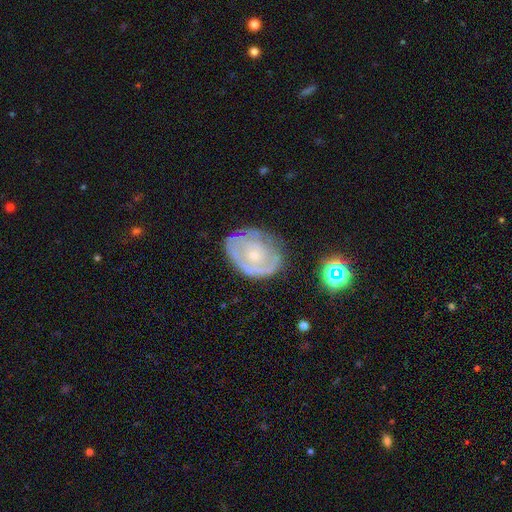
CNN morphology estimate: This appears to be a featured or disk galaxy (71%) with no bar (83%), tight (69%) spiral arms (74%) and a small central bulge (69%). Merging: none (67%).